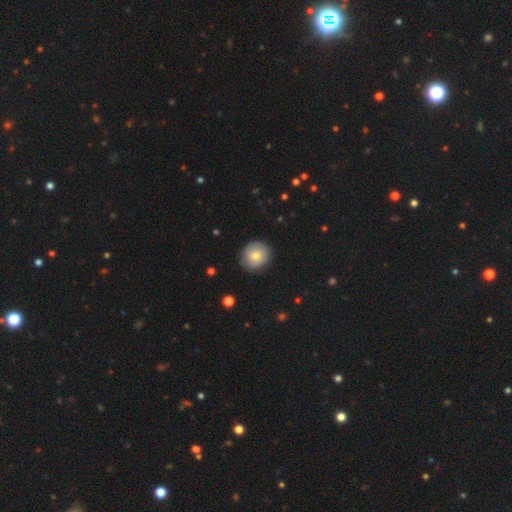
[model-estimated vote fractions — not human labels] A smooth galaxy with no disk features (76%) that is round (86%).

Vote fractions:
- Smooth or featured? smooth: 76% / featured or disk: 16% / star or artifact: 8%
- How rounded? round: 86% / in between: 13% / cigar-shaped: 1%
- Merging? none: 88% / minor disturbance: 9% / major disturbance: 2% / merger: 1%